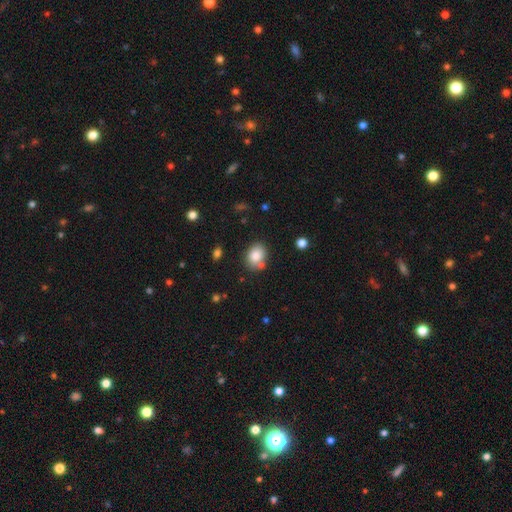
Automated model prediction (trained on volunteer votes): Overall: smooth (84%). How rounded: in between (56%; round 43%). Merging: none (72%).